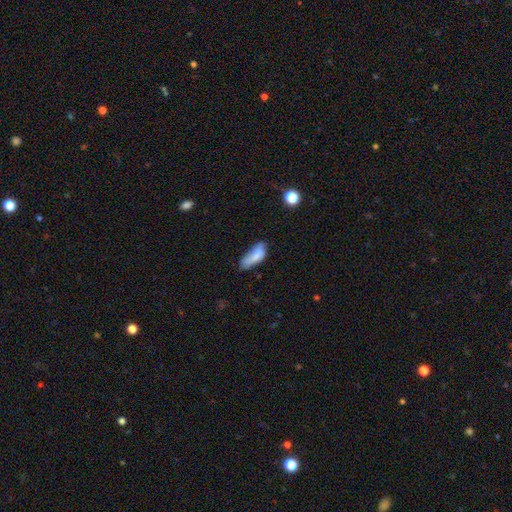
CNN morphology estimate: smooth_or_featured: smooth (p=0.79) [alt: featured or disk p=0.13]
how_rounded: in between (p=0.73) [alt: cigar-shaped p=0.25]
merging: none (p=0.41) [alt: minor disturbance p=0.37]